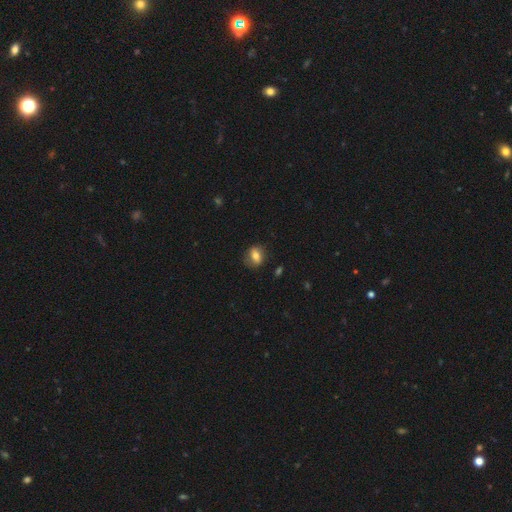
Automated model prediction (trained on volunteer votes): The model was most divided on "how rounded": in between: 62%, round: 35%, cigar-shaped: 3%. More confident: merging — none (76%); smooth or featured — smooth (72%).